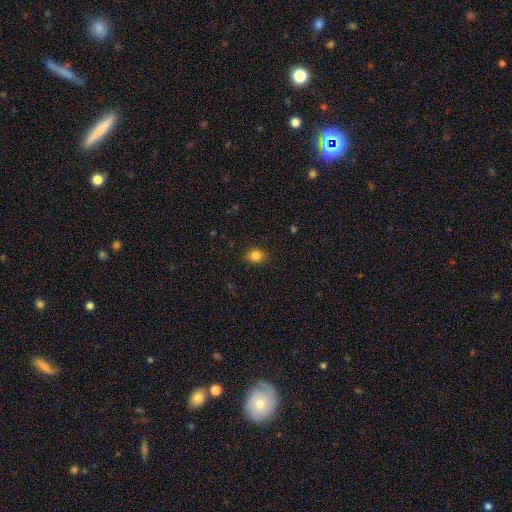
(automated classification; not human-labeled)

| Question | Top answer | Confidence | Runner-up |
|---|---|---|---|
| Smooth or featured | smooth | 84% | star or artifact (11%) |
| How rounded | round | 59% | in between (40%) |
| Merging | none | 88% | minor disturbance (8%) |